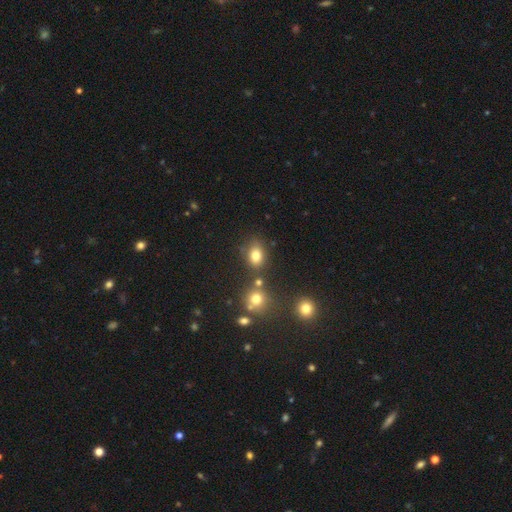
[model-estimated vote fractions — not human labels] Smooth or featured? Predicted: smooth (p=0.77). How rounded? Predicted: in between (p=0.68). Merging? Predicted: none (p=0.70).